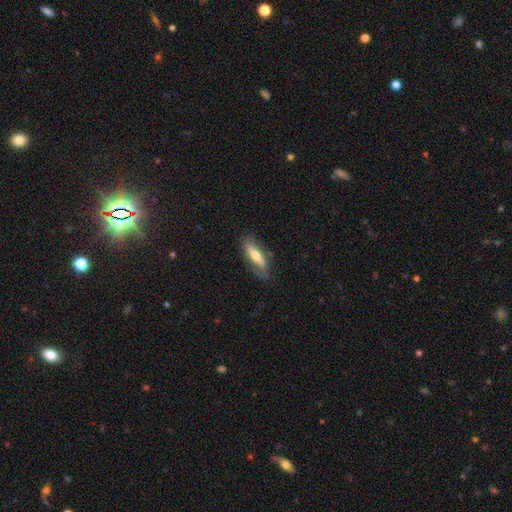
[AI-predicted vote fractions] Overall: featured or disk (47%, tied with smooth). Merging: none (70%).